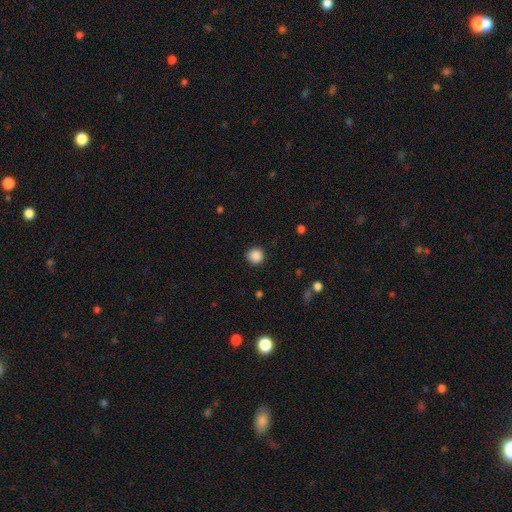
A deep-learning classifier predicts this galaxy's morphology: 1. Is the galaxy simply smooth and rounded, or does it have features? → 87% smooth, 10% star or artifact, 3% featured or disk.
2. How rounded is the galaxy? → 93% round, 6% in between, 1% cigar-shaped.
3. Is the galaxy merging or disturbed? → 89% none, 7% minor disturbance, 2% major disturbance, 1% merger.